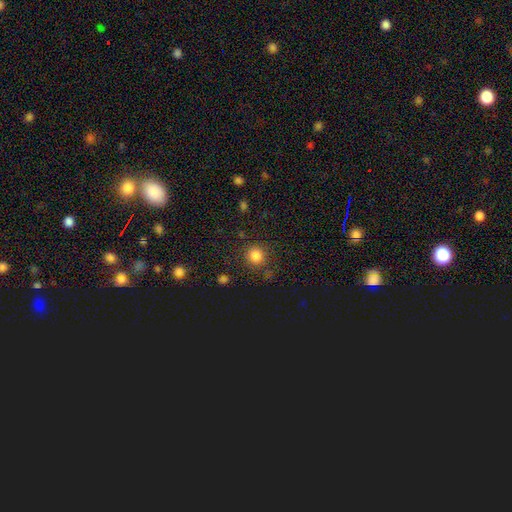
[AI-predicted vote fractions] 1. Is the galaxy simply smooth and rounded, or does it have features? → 83% smooth, 13% star or artifact, 4% featured or disk.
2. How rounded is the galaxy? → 91% round, 8% in between, 1% cigar-shaped.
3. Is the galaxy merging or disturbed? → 83% none, 10% minor disturbance, 4% major disturbance, 3% merger.